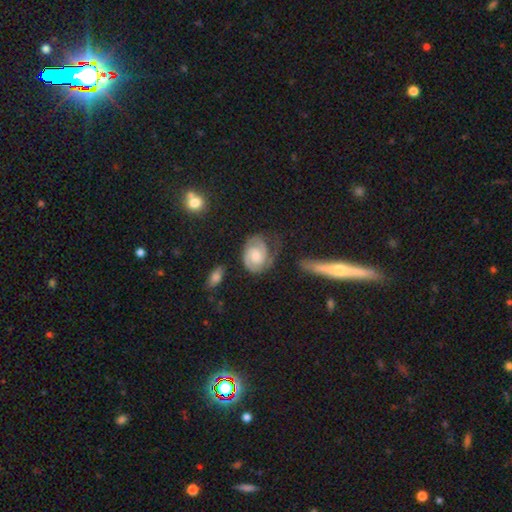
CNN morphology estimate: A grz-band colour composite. It shows a featured or disk galaxy (76%) with no bar (68%), 2 (72%) tight (60%) spiral arms (94%) and a moderate central bulge (42%). Merging: none (57%).